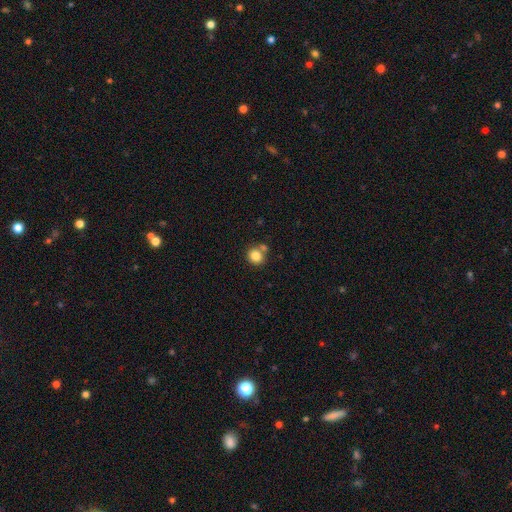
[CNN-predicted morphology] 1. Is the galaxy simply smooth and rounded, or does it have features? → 84% smooth, 10% star or artifact, 6% featured or disk.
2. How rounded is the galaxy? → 82% round, 17% in between, 1% cigar-shaped.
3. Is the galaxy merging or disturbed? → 64% none, 22% merger, 10% minor disturbance, 3% major disturbance.